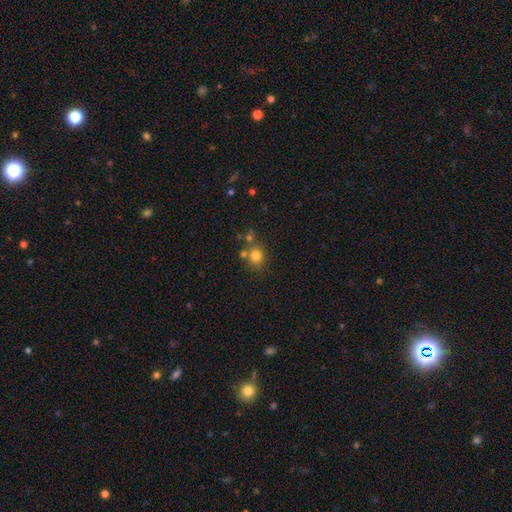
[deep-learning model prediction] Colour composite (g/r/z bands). It shows a smooth galaxy with no disk features (78%) that is round (78%). Merging: none (63%).